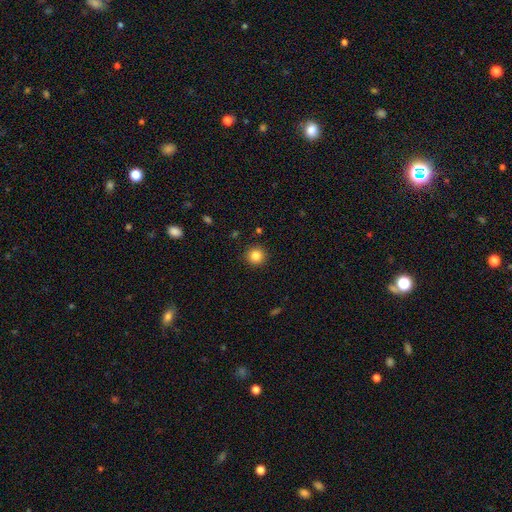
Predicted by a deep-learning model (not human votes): A smooth galaxy with no disk features (84%) that is round (95%).

Vote fractions:
- Smooth or featured? smooth: 84% / star or artifact: 11% / featured or disk: 5%
- How rounded? round: 95% / in between: 4% / cigar-shaped: 1%
- Merging? none: 92% / minor disturbance: 5% / major disturbance: 2% / merger: 1%